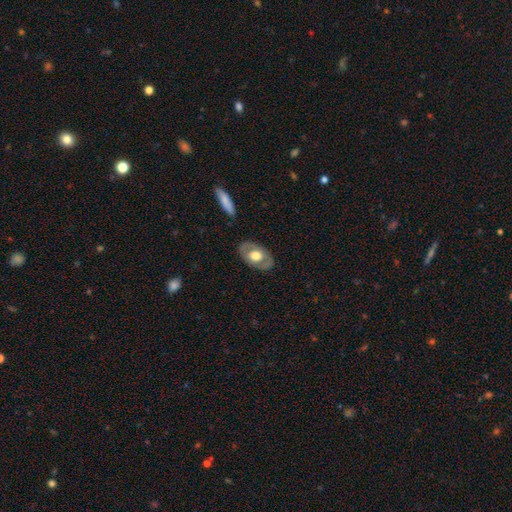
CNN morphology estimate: The model was most divided on "smooth or featured": featured or disk: 49%, smooth: 46%, star or artifact: 5%. More confident: merging — none (81%).